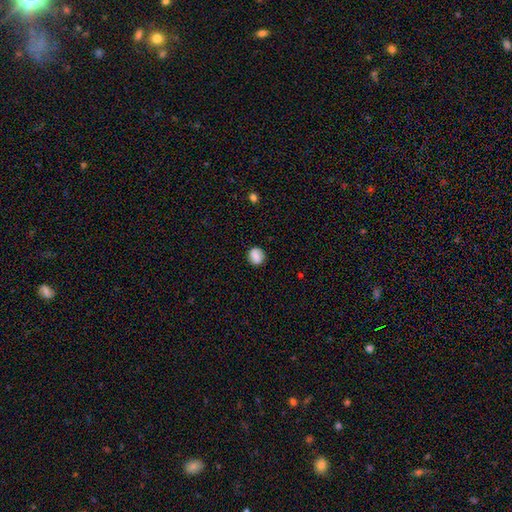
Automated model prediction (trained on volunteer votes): This appears to be a smooth galaxy with no disk features (78%) that is round (74%). Merging: none (82%).